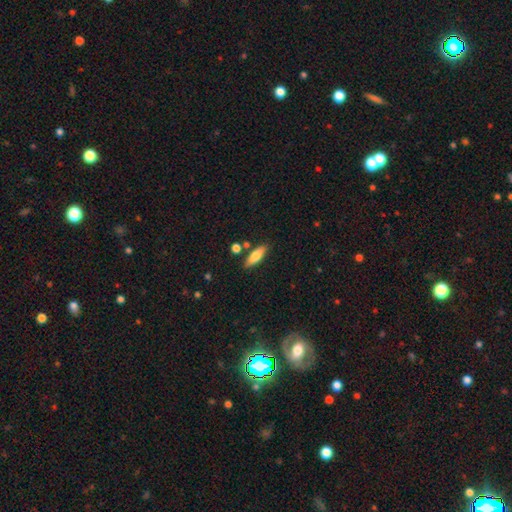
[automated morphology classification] smooth 75%, featured or disk 19%, star or artifact 7%. Down the decision tree: how rounded — in between (52%); merging — none (81%).